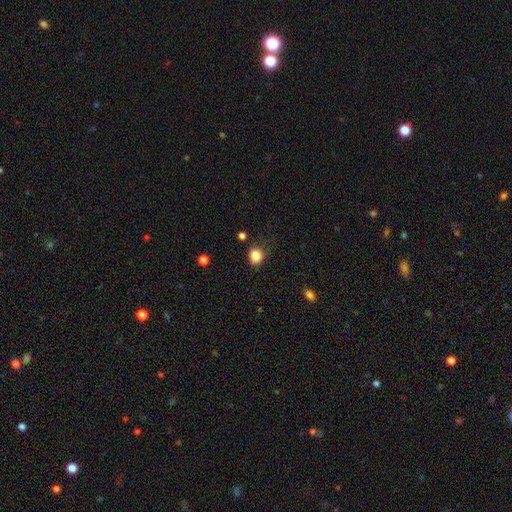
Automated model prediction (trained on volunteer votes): This is clearly a smooth galaxy (85%). How rounded: likely round (71%). Merging: likely none (71%).